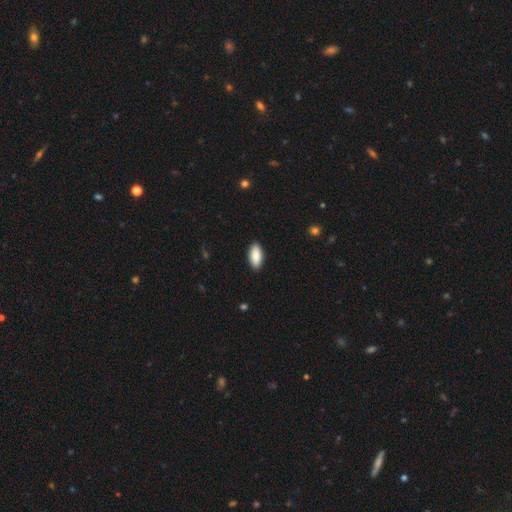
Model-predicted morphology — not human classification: Smooth or featured?
  - smooth: 88% *
  - featured or disk: 7%
  - star or artifact: 6%
How rounded?
  - in between: 89% *
  - cigar-shaped: 9%
  - round: 2%
Merging?
  - none: 91% *
  - minor disturbance: 7%
  - major disturbance: 2%
  - merger: 1%